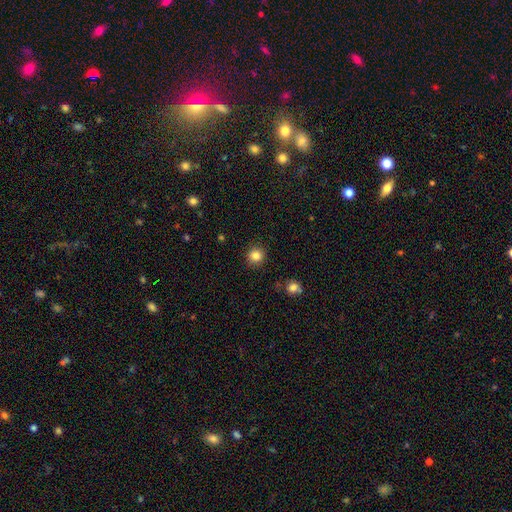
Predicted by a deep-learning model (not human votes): Morphology: type=smooth (84%); roundness=round (91%); merging=none (90%).